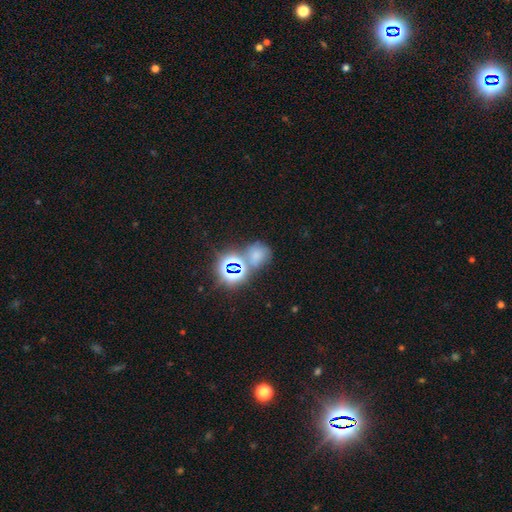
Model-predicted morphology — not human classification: Smooth or featured?
  - smooth: 51% *
  - star or artifact: 40%
  - featured or disk: 10%
How rounded?
  - round: 63% *
  - in between: 35%
  - cigar-shaped: 1%
Merging?
  - none: 53% *
  - merger: 24%
  - minor disturbance: 15%
  - major disturbance: 8%